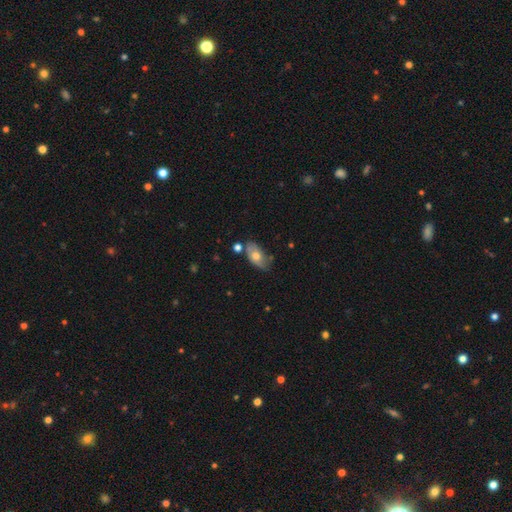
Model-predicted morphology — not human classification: Smooth or featured: smooth — 61% (featured or disk — 31%)
How rounded: in between — 90% (round — 6%)
Merging: none — 60% (minor disturbance — 24%)